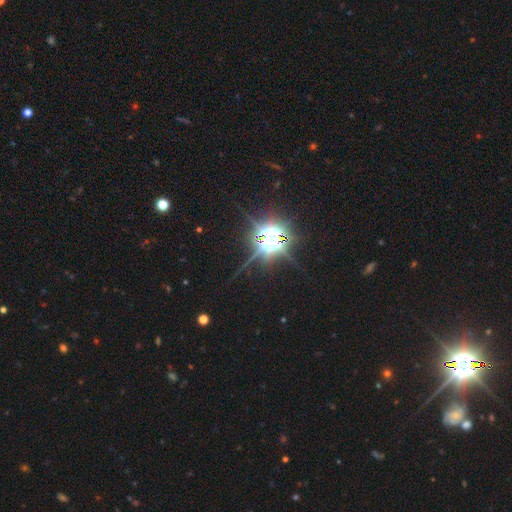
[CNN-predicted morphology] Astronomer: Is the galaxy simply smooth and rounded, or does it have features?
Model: star or artifact — 86%.